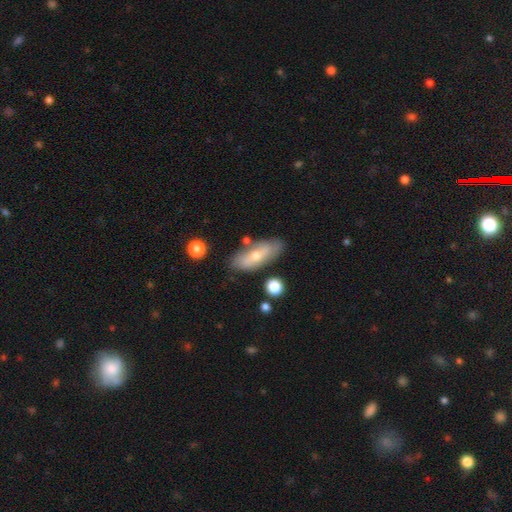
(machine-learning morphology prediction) Smooth or featured: smooth — 48% (featured or disk — 45%)
Merging: none — 74% (minor disturbance — 16%)